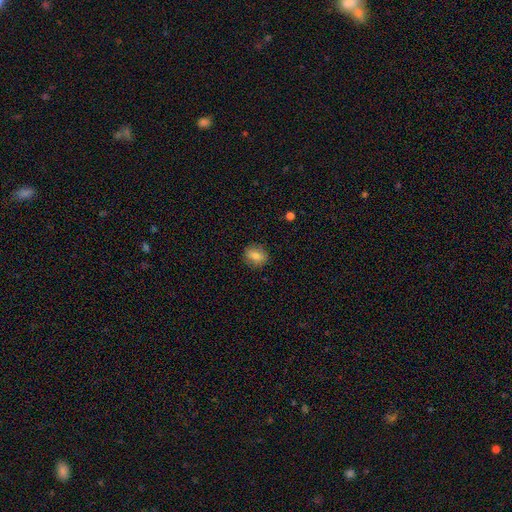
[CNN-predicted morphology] This is clearly a smooth galaxy (81%). How rounded: possibly round (50%). Merging: clearly none (86%).